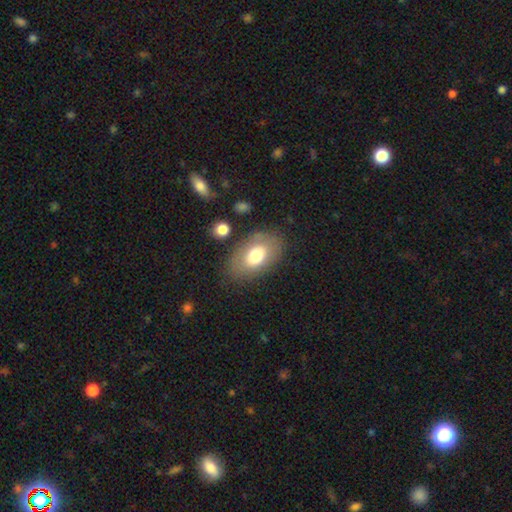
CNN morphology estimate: smooth-or-featured: smooth: 70% | featured or disk: 22% | star or artifact: 8%
  how-rounded: in between: 89% | round: 9% | cigar-shaped: 1%
  merging: none: 77% | minor disturbance: 15% | major disturbance: 6% | merger: 3%